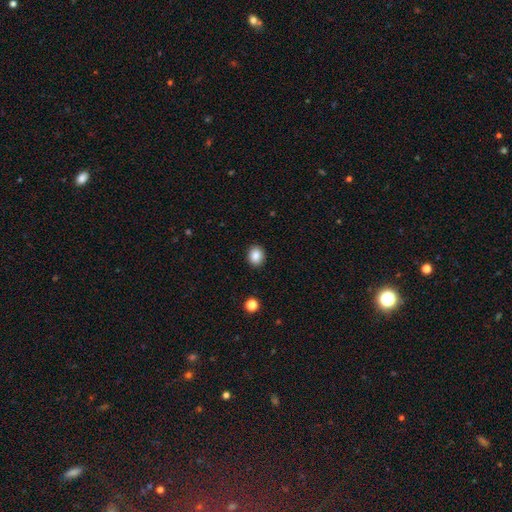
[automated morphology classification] type=smooth (86%); roundness=round (63%); merging=none (91%).